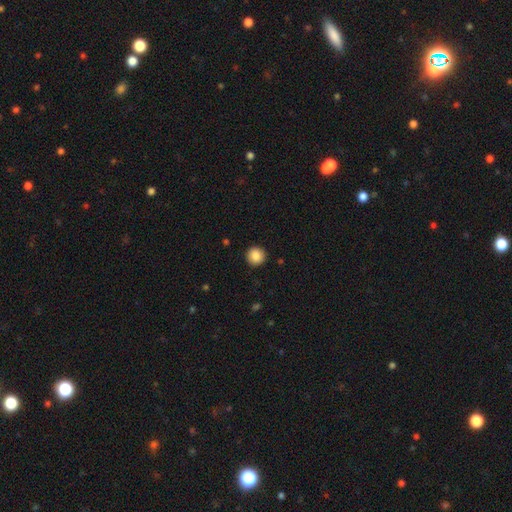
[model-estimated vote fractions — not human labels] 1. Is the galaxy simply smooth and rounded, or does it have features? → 87% smooth, 9% star or artifact, 4% featured or disk.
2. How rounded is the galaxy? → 95% round, 4% in between, 1% cigar-shaped.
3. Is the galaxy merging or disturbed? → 93% none, 5% minor disturbance, 2% major disturbance, 1% merger.